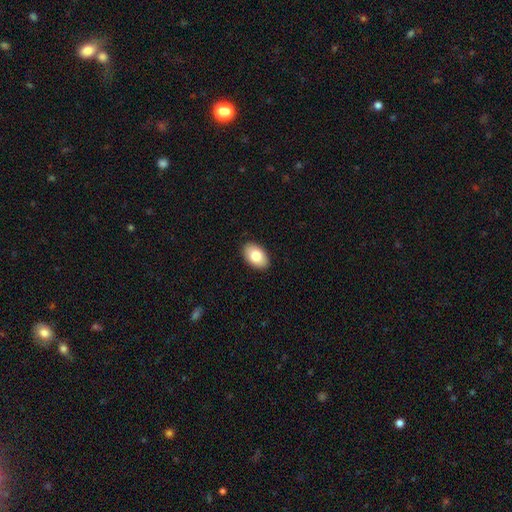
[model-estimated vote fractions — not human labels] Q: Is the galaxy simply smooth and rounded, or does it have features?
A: smooth — 81%.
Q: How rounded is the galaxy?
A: in between — 91%.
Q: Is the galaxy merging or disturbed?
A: none — 90%.